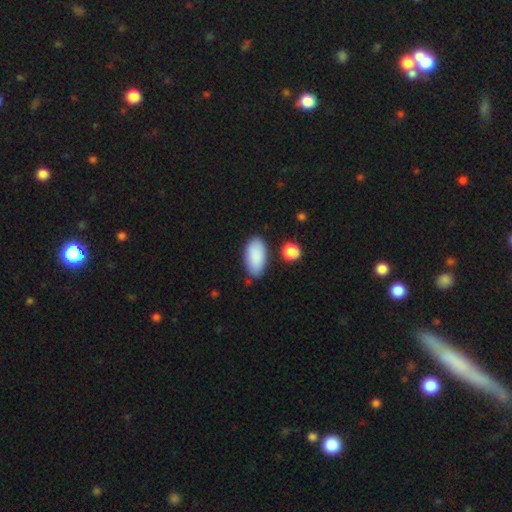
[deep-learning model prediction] smooth-or-featured: smooth: 89% | star or artifact: 6% | featured or disk: 5%
  how-rounded: in between: 94% | cigar-shaped: 4% | round: 2%
  merging: none: 79% | minor disturbance: 14% | merger: 4% | major disturbance: 3%